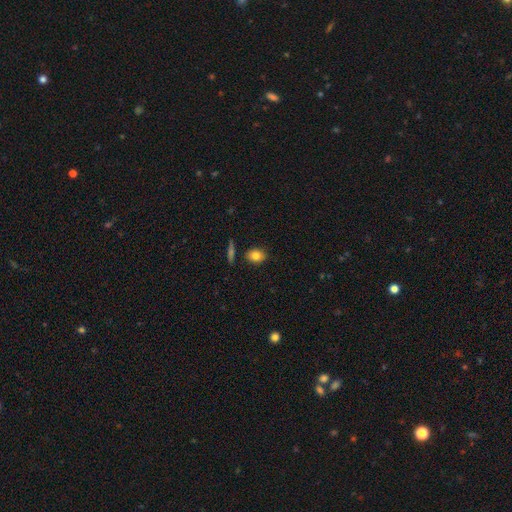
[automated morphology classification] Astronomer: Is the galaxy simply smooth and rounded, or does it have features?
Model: smooth — 82%.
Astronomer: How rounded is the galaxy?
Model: in between — 52% (runner-up: round, 46%).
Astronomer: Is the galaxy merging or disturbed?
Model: none — 83%.